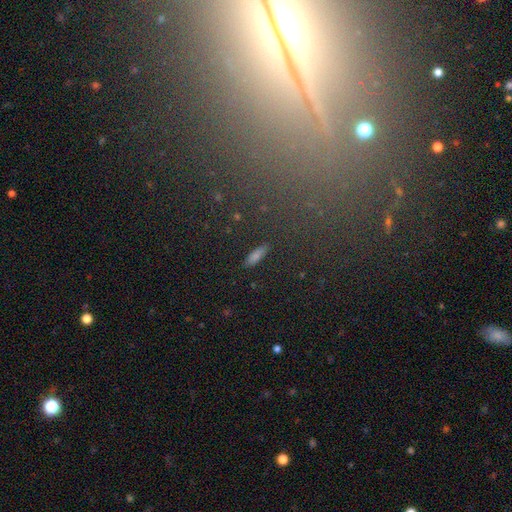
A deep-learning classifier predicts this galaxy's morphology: type=smooth (71%); roundness=cigar-shaped (59%); merging=none (89%).